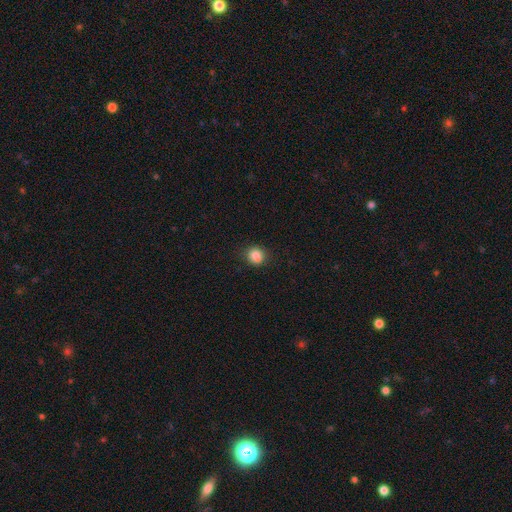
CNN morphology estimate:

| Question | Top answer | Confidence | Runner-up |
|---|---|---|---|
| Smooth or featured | smooth | 84% | star or artifact (11%) |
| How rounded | round | 76% | in between (23%) |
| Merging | none | 79% | minor disturbance (14%) |